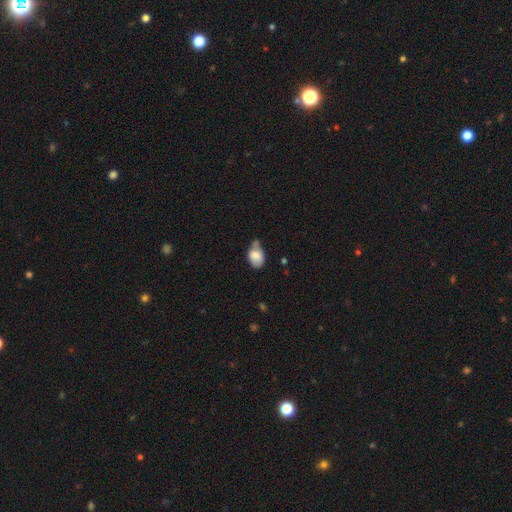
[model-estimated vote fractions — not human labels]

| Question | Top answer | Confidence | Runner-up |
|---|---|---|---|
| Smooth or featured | smooth | 75% | featured or disk (17%) |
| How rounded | in between | 82% | round (16%) |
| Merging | minor disturbance | 41% | none (32%) |